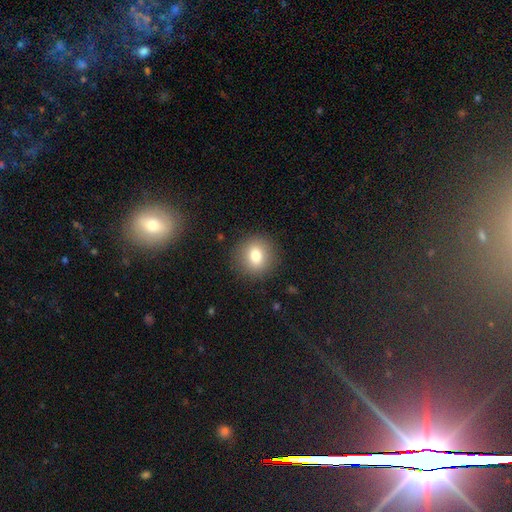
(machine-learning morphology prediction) Smooth or featured? Predicted: smooth (p=0.79). How rounded? Predicted: round (p=0.88). Merging? Predicted: none (p=0.89).